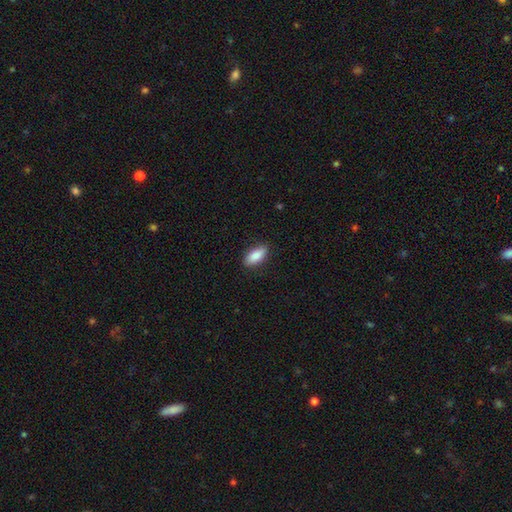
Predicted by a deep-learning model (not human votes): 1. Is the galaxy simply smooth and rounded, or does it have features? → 86% smooth, 8% featured or disk, 6% star or artifact.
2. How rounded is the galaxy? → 87% in between, 11% cigar-shaped, 3% round.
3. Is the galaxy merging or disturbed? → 86% none, 11% minor disturbance, 2% major disturbance, 1% merger.